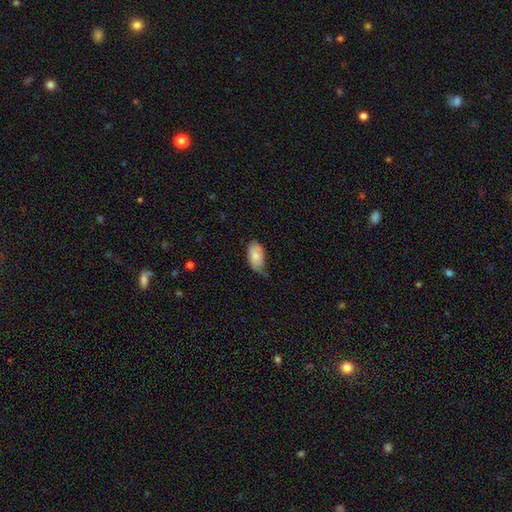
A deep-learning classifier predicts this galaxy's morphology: A smooth galaxy with no disk features (81%) that is in between round and cigar-shaped (94%).

Vote fractions:
- Smooth or featured? smooth: 81% / featured or disk: 13% / star or artifact: 6%
- How rounded? in between: 94% / round: 4% / cigar-shaped: 2%
- Merging? minor disturbance: 44% / none: 40% / major disturbance: 13% / merger: 2%